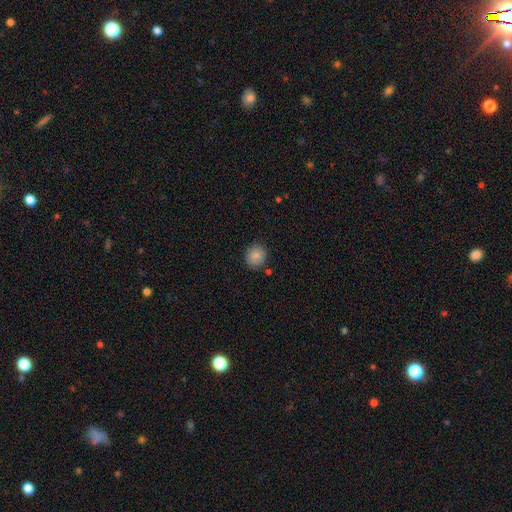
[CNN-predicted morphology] smooth_or_featured: smooth (p=0.84) [alt: star or artifact p=0.09]
how_rounded: round (p=0.86) [alt: in between p=0.13]
merging: none (p=0.86) [alt: minor disturbance p=0.09]